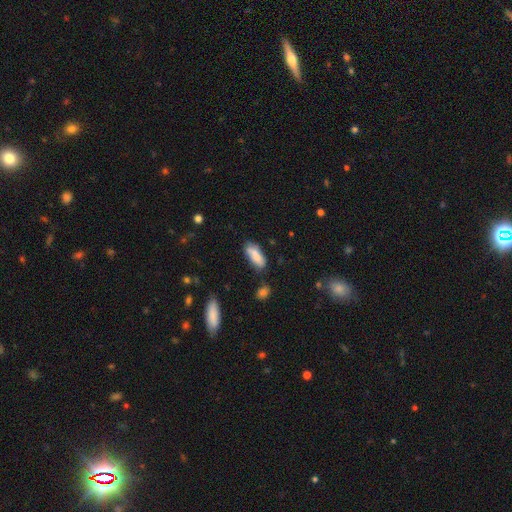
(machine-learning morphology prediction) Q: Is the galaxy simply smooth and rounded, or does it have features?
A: smooth — 78%.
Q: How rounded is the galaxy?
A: in between — 68%.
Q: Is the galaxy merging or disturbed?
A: none — 63%.